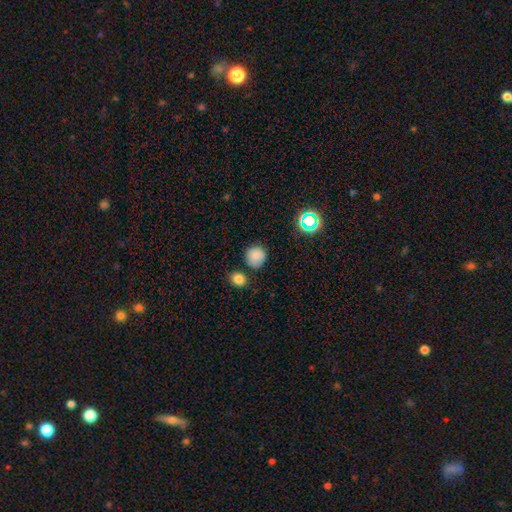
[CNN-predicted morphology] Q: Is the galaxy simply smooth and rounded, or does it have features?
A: smooth — 81%.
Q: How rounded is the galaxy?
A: round — 89%.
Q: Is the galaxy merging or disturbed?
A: none — 77%.